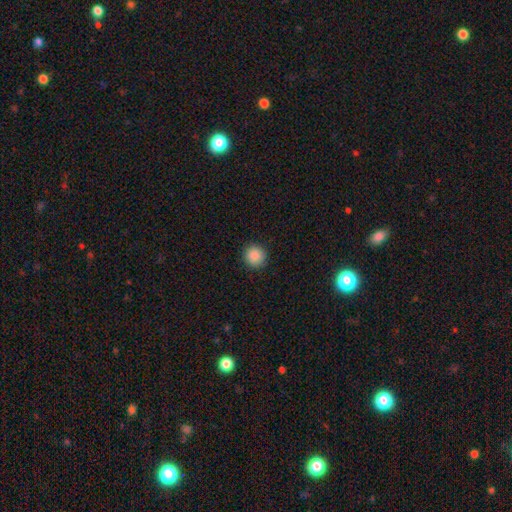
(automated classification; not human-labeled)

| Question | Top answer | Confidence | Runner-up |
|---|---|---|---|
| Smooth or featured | smooth | 87% | star or artifact (9%) |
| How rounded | round | 94% | in between (5%) |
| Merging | none | 92% | minor disturbance (6%) |